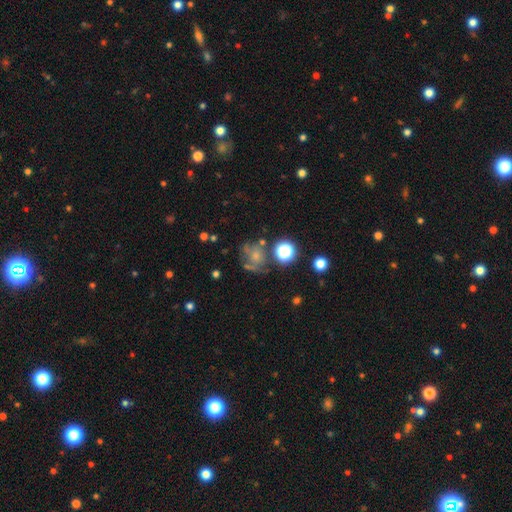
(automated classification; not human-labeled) A smooth galaxy with no disk features (49%). Merging: none (47%).